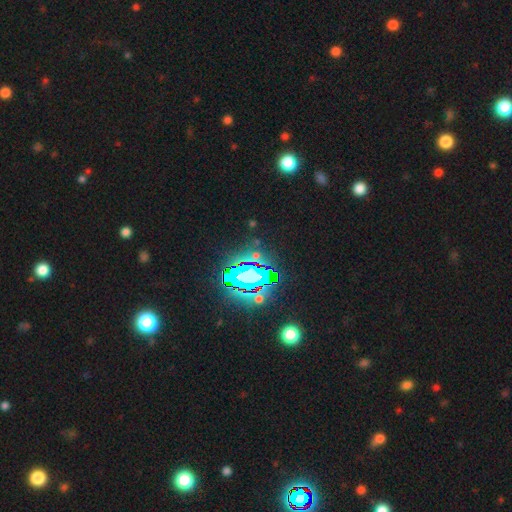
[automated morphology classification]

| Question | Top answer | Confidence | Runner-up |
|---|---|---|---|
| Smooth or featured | star or artifact | 82% | smooth (10%) |